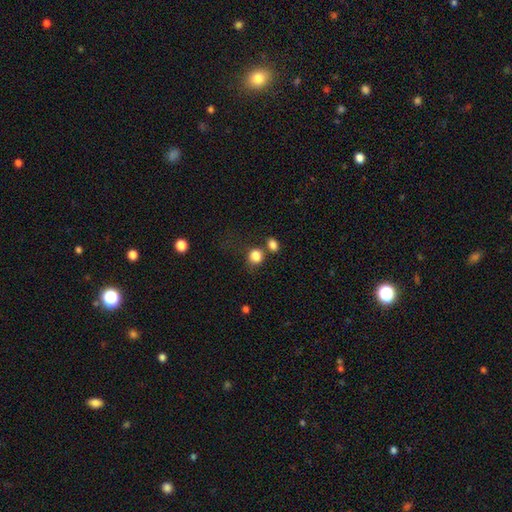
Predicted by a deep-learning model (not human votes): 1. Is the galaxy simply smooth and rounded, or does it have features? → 84% smooth, 11% star or artifact, 5% featured or disk.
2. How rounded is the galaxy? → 74% round, 25% in between, 1% cigar-shaped.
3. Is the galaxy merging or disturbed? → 57% none, 21% merger, 14% minor disturbance, 8% major disturbance.